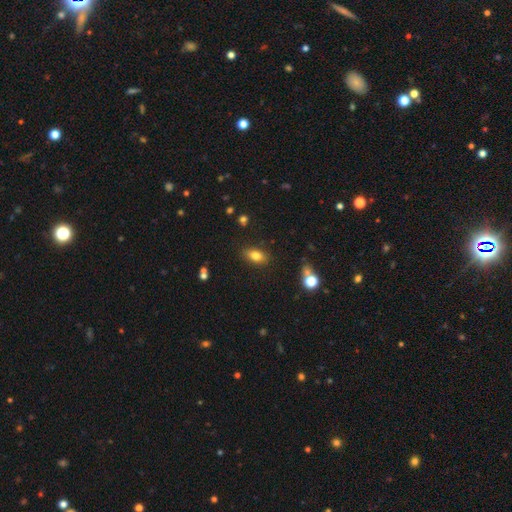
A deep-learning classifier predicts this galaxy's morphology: Smooth or featured?
  - smooth: 80% *
  - featured or disk: 10%
  - star or artifact: 10%
How rounded?
  - in between: 85% *
  - round: 9%
  - cigar-shaped: 6%
Merging?
  - none: 85% *
  - minor disturbance: 11%
  - major disturbance: 3%
  - merger: 2%